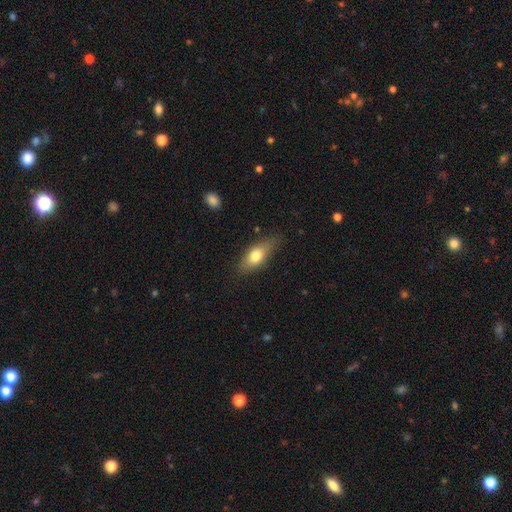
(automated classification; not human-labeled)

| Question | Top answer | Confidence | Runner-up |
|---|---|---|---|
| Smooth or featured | smooth | 71% | featured or disk (22%) |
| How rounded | in between | 75% | cigar-shaped (20%) |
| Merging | none | 76% | minor disturbance (18%) |